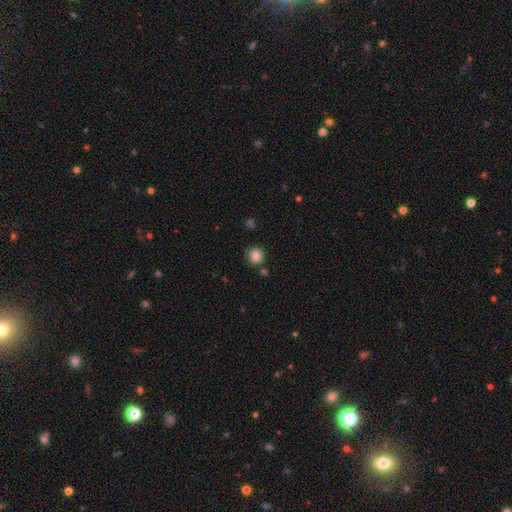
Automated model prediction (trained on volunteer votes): smooth 84%, star or artifact 10%, featured or disk 5%. Down the decision tree: how rounded — round (90%); merging — none (81%).